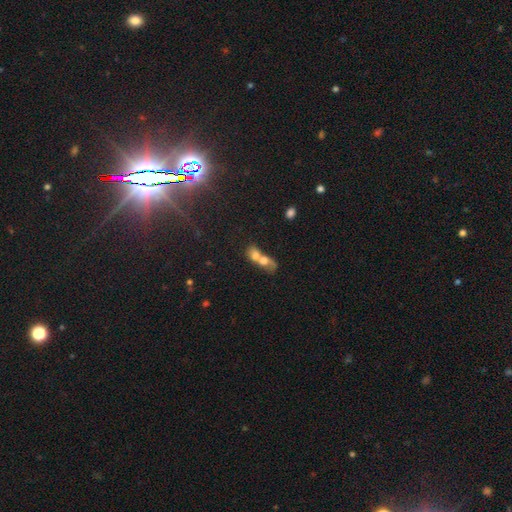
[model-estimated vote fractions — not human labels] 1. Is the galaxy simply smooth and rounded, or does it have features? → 63% smooth, 26% featured or disk, 11% star or artifact.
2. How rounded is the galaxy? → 56% in between, 39% round, 6% cigar-shaped.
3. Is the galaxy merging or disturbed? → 79% merger, 11% none, 5% major disturbance, 5% minor disturbance.